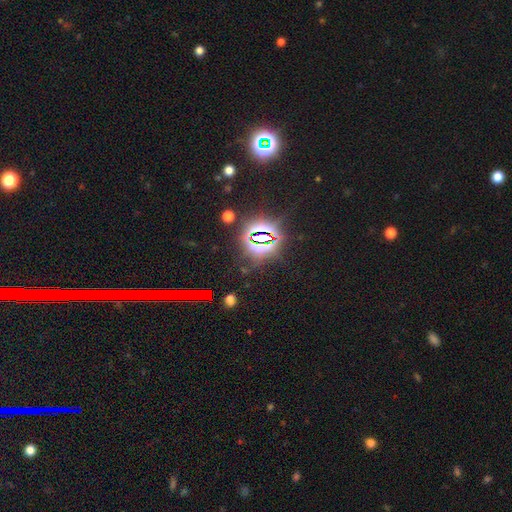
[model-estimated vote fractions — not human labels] Overall: star or artifact (83%).